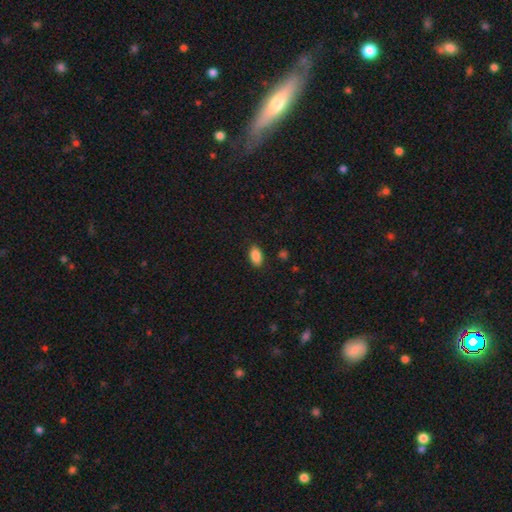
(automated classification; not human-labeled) A smooth galaxy with no disk features (88%) that is in between round and cigar-shaped (92%). Merging: none (87%).